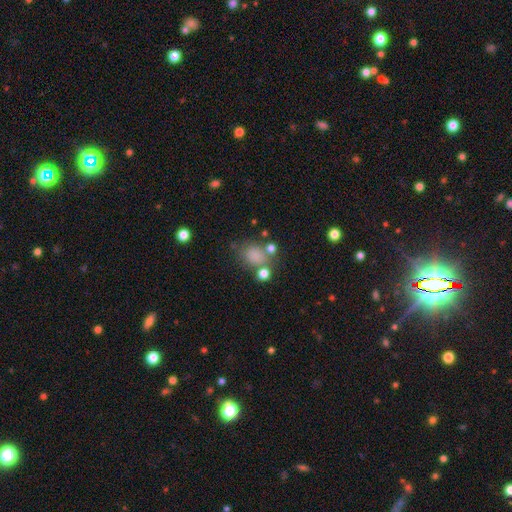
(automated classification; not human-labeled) Smooth or featured: smooth — 77% (star or artifact — 15%)
How rounded: round — 57% (in between — 42%)
Merging: none — 62% (minor disturbance — 15%)